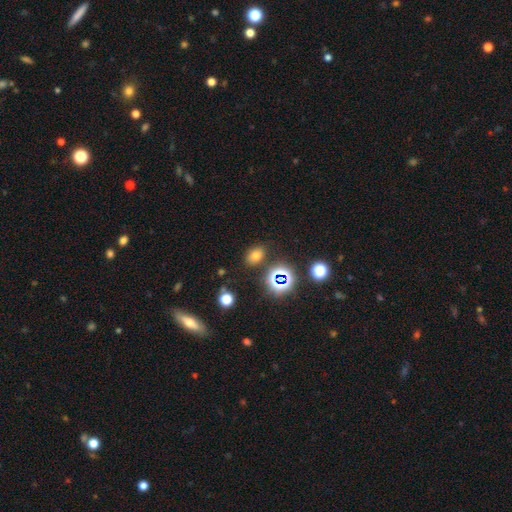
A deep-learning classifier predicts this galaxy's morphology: smooth_or_featured: smooth (p=0.68) [alt: star or artifact p=0.23]
how_rounded: in between (p=0.73) [alt: round p=0.26]
merging: none (p=0.82) [alt: minor disturbance p=0.11]